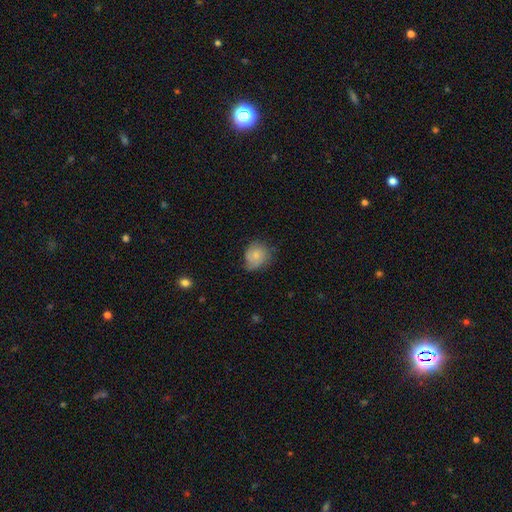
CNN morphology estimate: smooth 67%, featured or disk 25%, star or artifact 8%. Down the decision tree: how rounded — round (72%); merging — none (56%).